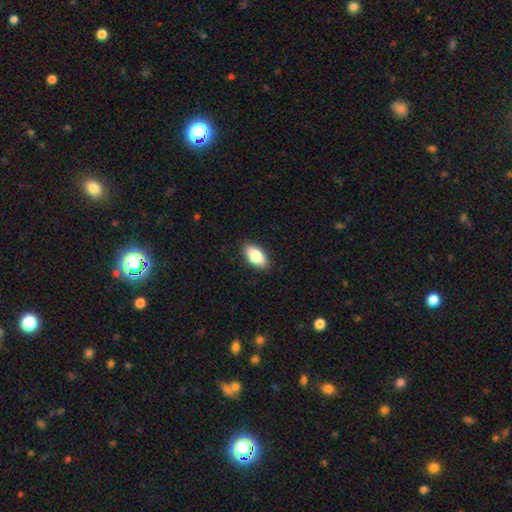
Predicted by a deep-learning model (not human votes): Smooth or featured: smooth — 82% (featured or disk — 11%)
How rounded: in between — 91% (cigar-shaped — 5%)
Merging: none — 88% (minor disturbance — 9%)